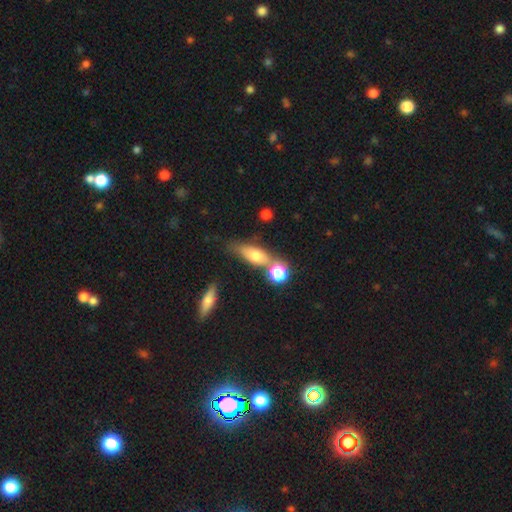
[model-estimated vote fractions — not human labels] Smooth or featured? Predicted: smooth (p=0.65). How rounded? Predicted: in between (p=0.61). Merging? Predicted: none (p=0.54).